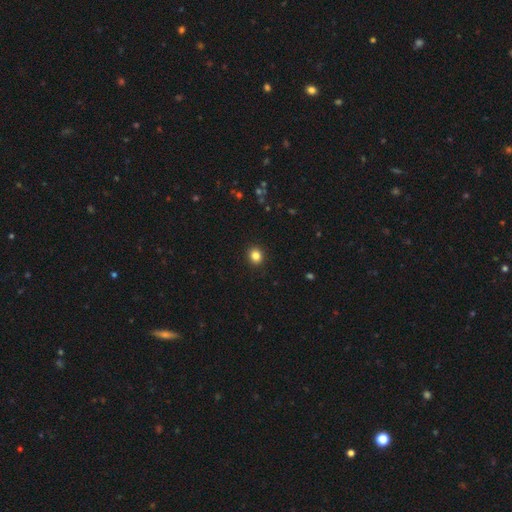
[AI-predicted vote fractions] This is clearly a smooth galaxy (84%). How rounded: likely round (79%). Merging: clearly none (92%).